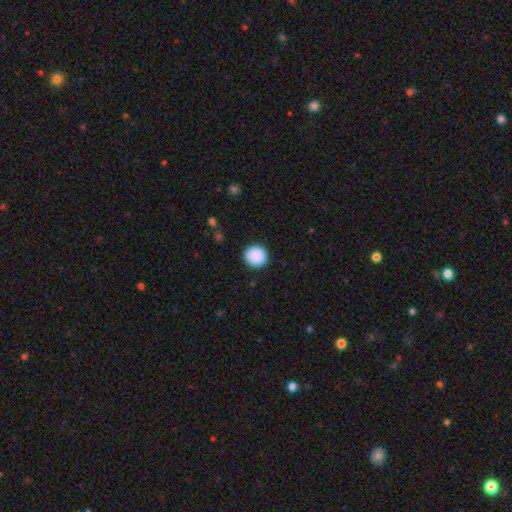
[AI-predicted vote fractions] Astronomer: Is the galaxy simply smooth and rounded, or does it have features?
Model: smooth — 90%.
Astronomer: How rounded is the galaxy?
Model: round — 90%.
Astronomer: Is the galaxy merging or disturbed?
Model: none — 91%.